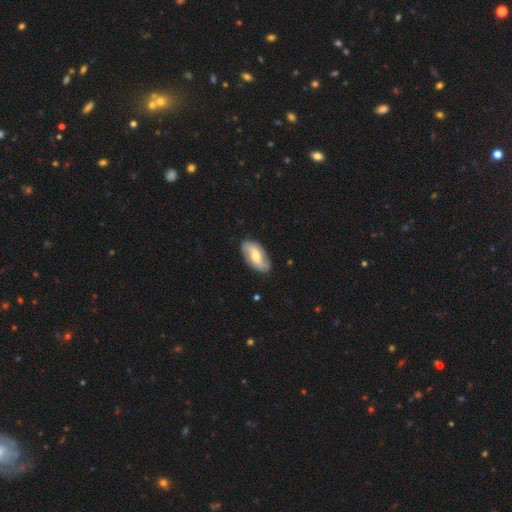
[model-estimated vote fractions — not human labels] featured or disk 59%, smooth 35%, star or artifact 6%. Down the decision tree: edge-on disk — no (92%); bar — no (41%); spiral arms — yes (82%); bulge size — moderate (65%); merging — none (84%).